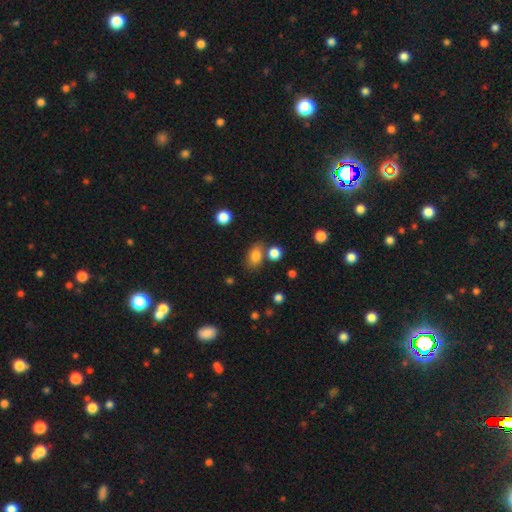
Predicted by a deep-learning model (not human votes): smooth 81%, star or artifact 11%, featured or disk 8%. Down the decision tree: how rounded — in between (77%); merging — none (67%).